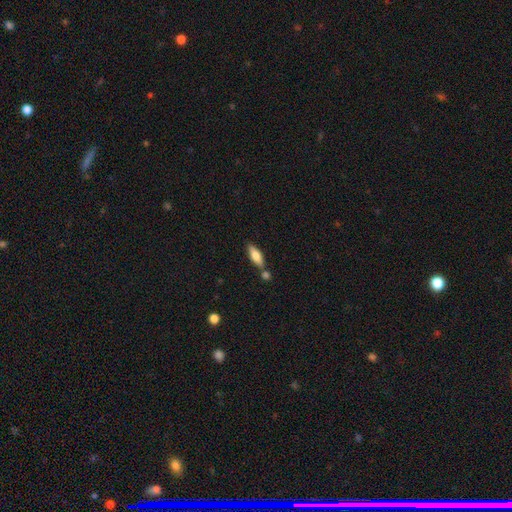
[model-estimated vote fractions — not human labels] A smooth galaxy with no disk features (71%) that is in between round and cigar-shaped (60%). Merging: none (66%).